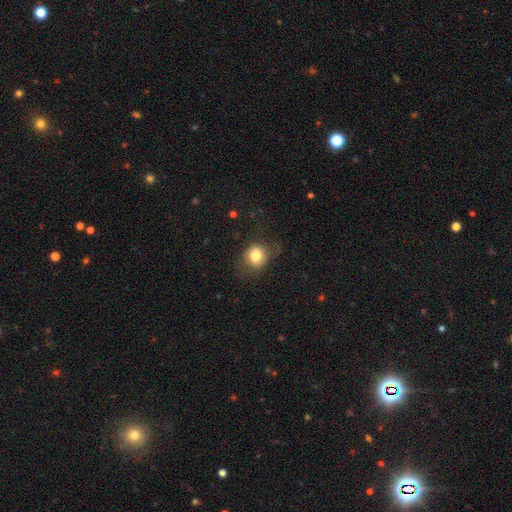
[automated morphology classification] Overall: smooth (80%). How rounded: round (69%; in between 30%). Merging: none (71%).